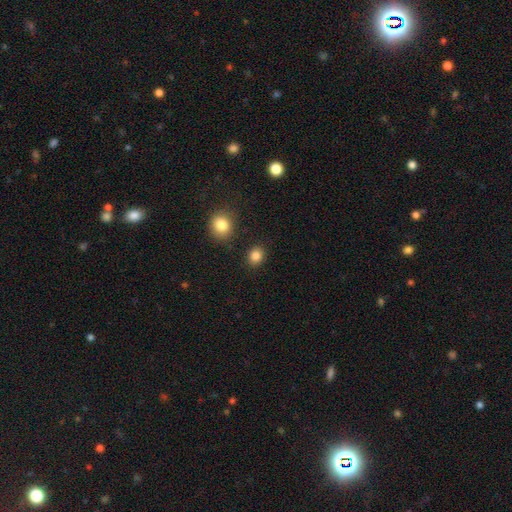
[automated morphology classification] A smooth galaxy with no disk features (85%) that is round (65%). Merging: none (88%).